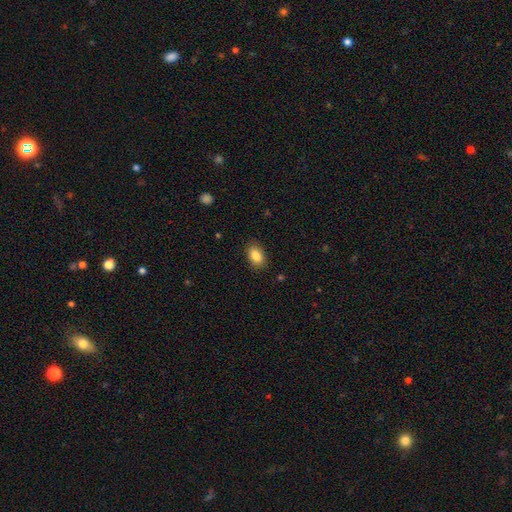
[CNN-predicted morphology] This is clearly a smooth galaxy (86%). How rounded: clearly in between (88%). Merging: clearly none (87%).